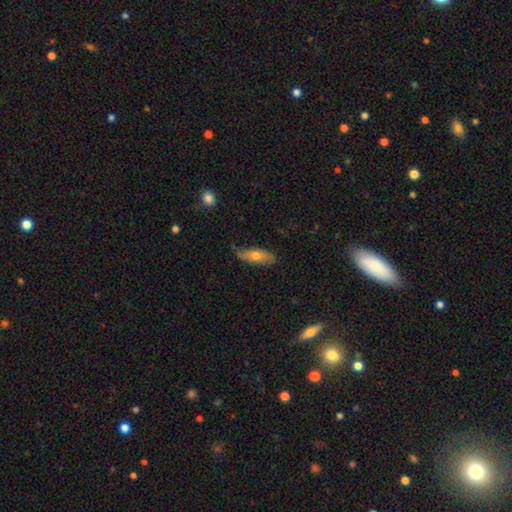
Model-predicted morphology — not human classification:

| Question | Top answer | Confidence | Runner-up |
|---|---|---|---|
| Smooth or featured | smooth | 64% | featured or disk (29%) |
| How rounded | in between | 68% | cigar-shaped (29%) |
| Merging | none | 73% | minor disturbance (21%) |